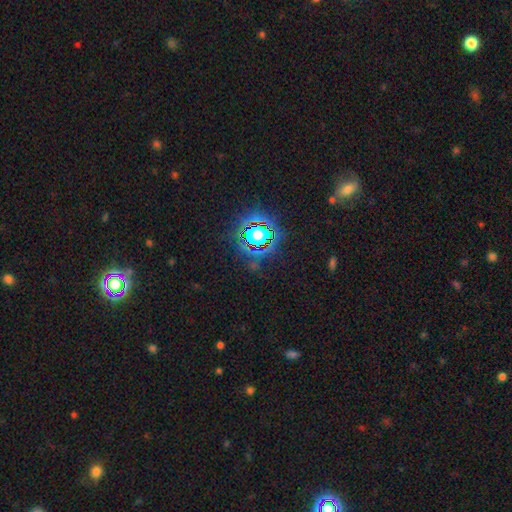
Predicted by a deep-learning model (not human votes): Smooth or featured? star or artifact (77%)